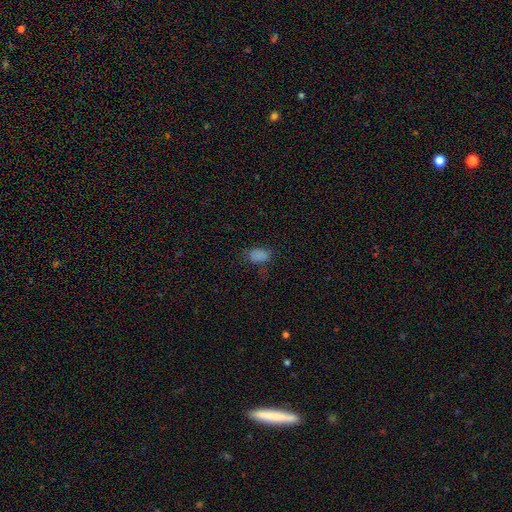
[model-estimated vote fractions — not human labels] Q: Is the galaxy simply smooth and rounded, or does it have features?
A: smooth — 74%.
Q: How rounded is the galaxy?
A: in between — 87%.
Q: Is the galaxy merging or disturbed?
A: none — 63%.